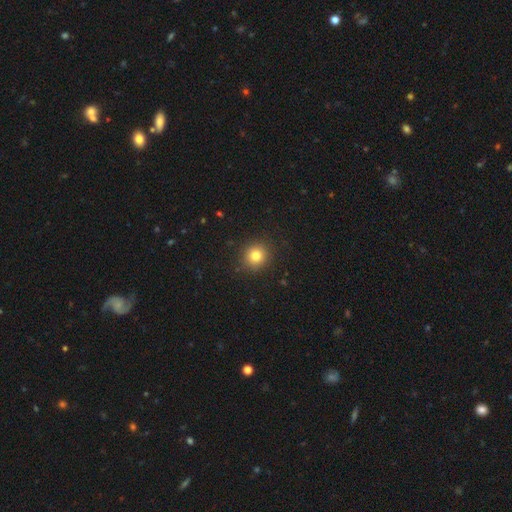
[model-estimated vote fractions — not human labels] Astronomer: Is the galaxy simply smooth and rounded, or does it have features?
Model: smooth — 81%.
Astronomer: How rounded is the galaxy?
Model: round — 87%.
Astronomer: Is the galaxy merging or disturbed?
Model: none — 90%.